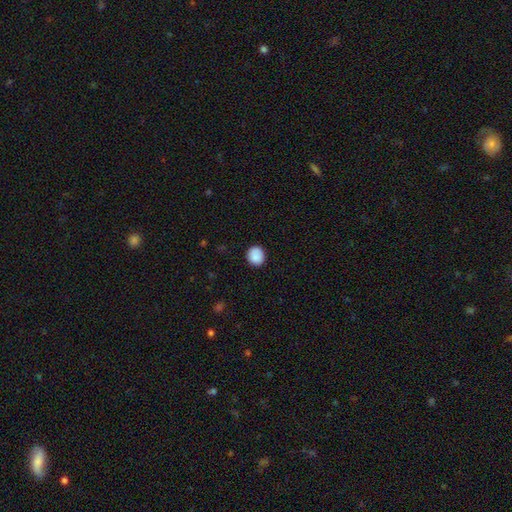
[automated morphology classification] A smooth galaxy with no disk features (89%) that is round (82%).

Vote fractions:
- Smooth or featured? smooth: 89% / star or artifact: 8% / featured or disk: 3%
- How rounded? round: 82% / in between: 17% / cigar-shaped: 1%
- Merging? none: 88% / minor disturbance: 9% / major disturbance: 2% / merger: 1%